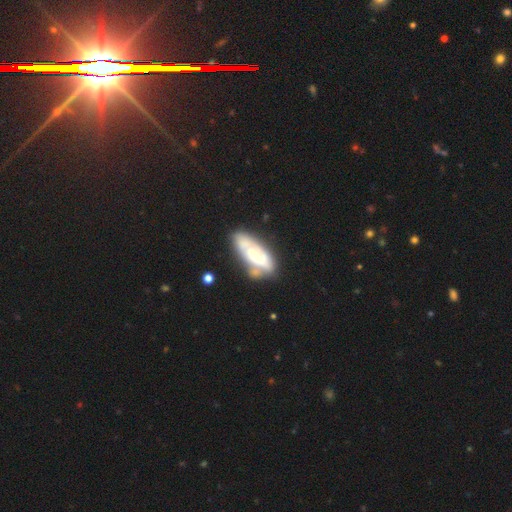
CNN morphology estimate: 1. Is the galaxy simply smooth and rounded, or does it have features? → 61% featured or disk, 34% smooth, 6% star or artifact.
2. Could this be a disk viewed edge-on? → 87% no, 13% yes.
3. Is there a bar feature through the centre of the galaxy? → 56% no, 30% weak, 13% strong.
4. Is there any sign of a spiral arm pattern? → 62% yes, 38% no.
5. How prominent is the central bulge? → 48% moderate, 36% small, 10% large, 5% none, 2% dominant.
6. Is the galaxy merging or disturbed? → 55% none, 24% minor disturbance, 11% merger, 10% major disturbance.